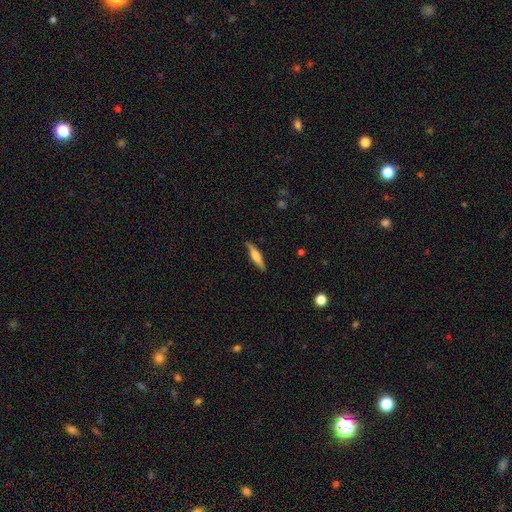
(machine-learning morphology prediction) A smooth galaxy with no disk features (48%). Merging: none (86%).